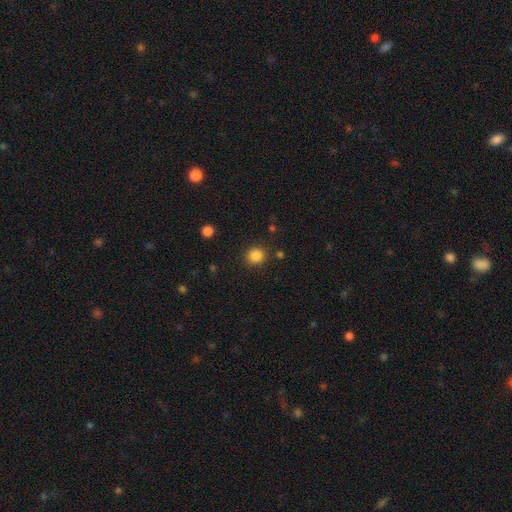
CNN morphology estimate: This is clearly a smooth galaxy (85%). How rounded: clearly round (86%). Merging: clearly none (88%).